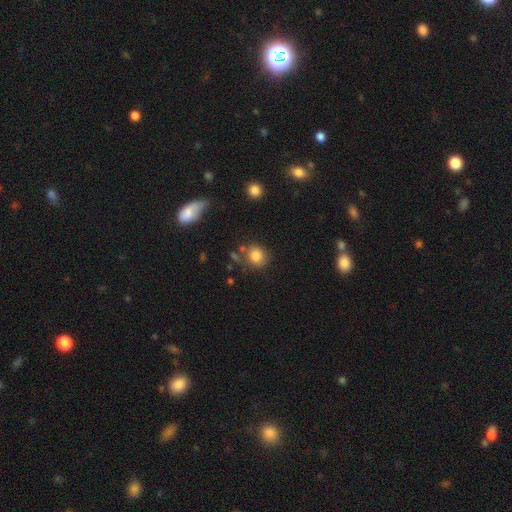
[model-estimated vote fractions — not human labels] Smooth or featured? smooth (82%)
How rounded? round (76%)
Merging? none (69%)